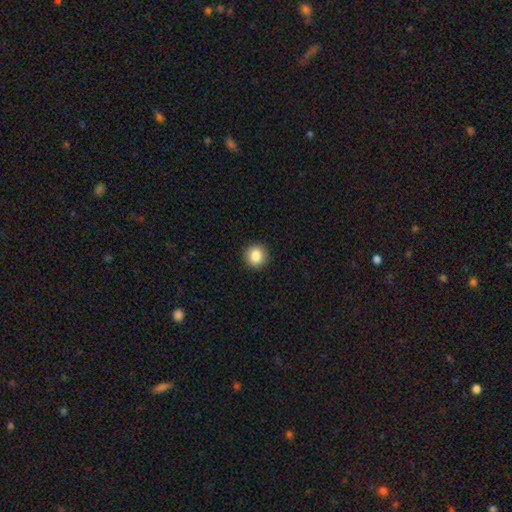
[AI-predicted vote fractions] Q: Smooth or featured?
A: smooth (86%); runner-up: star or artifact (9%)
Q: How rounded?
A: round (93%); runner-up: in between (6%)
Q: Merging?
A: none (93%); runner-up: minor disturbance (5%)